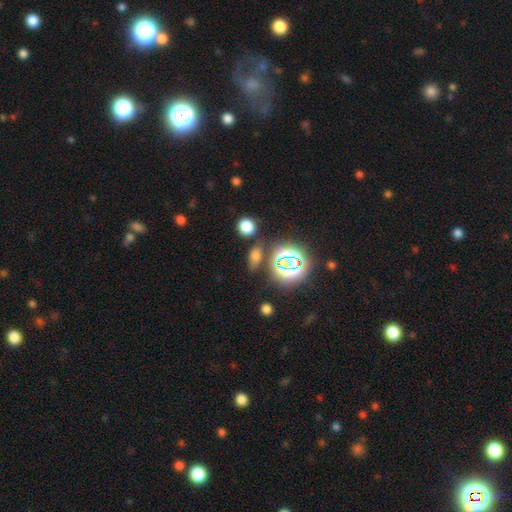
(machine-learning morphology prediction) Smooth or featured? smooth (59%)
How rounded? in between (72%)
Merging? none (74%)